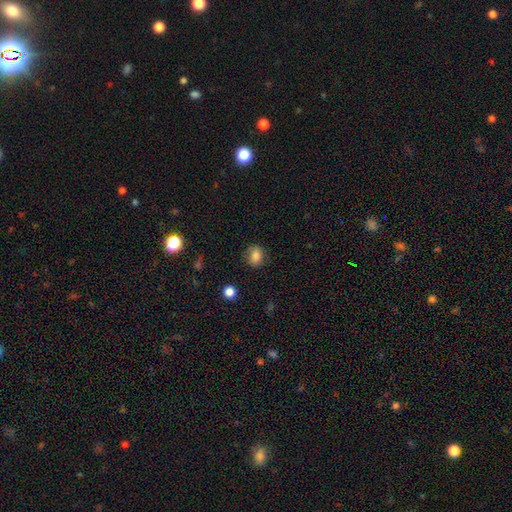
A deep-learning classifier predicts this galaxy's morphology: smooth_or_featured: smooth (p=0.81) [alt: star or artifact p=0.11]
how_rounded: round (p=0.61) [alt: in between p=0.38]
merging: none (p=0.80) [alt: minor disturbance p=0.15]